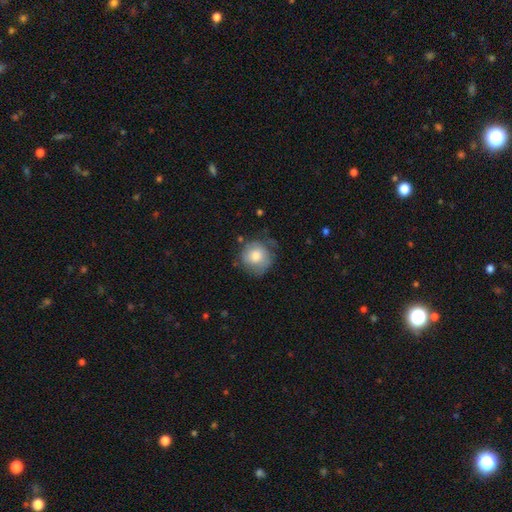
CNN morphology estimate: type=smooth (72%); roundness=round (89%); merging=none (62%).